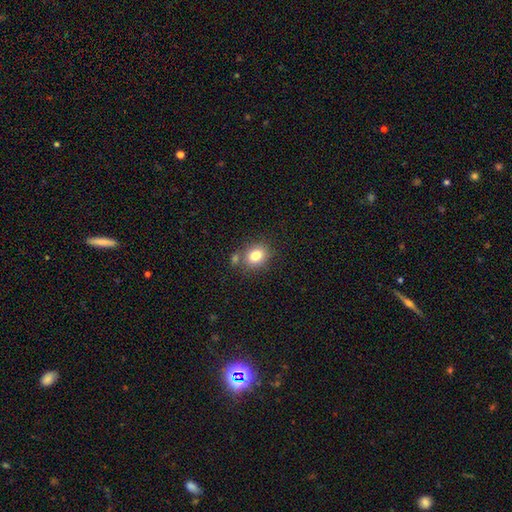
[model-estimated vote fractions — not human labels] Overall: smooth (81%). How rounded: round (58%; in between 41%). Merging: none (70%).